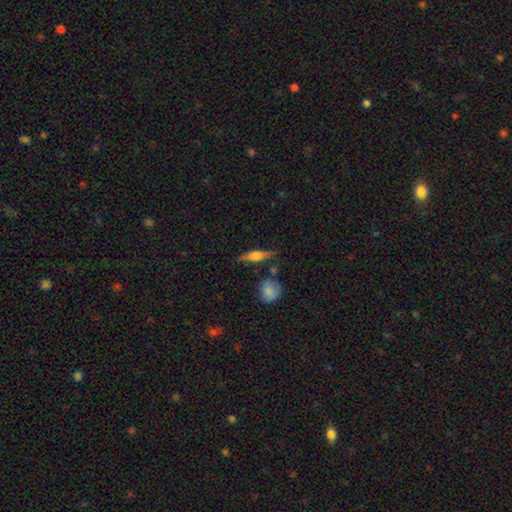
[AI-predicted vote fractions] Q: Smooth or featured?
A: featured or disk (51%); runner-up: smooth (42%)
Q: Edge-on disk?
A: yes (92%); runner-up: no (8%)
Q: Merging?
A: none (79%); runner-up: minor disturbance (13%)